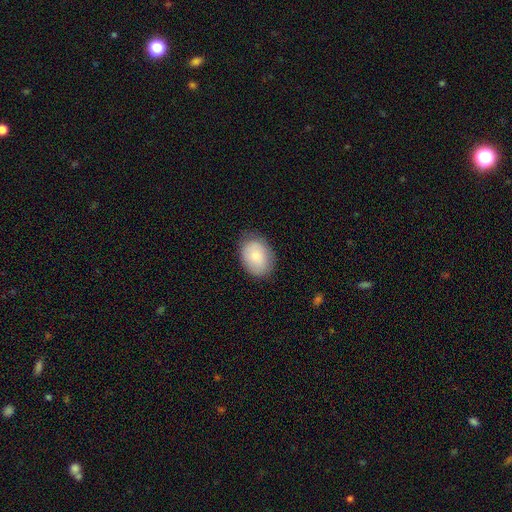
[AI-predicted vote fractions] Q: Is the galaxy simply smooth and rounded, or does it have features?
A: smooth — 77%.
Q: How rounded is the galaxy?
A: in between — 73%.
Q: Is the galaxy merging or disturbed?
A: none — 80%.